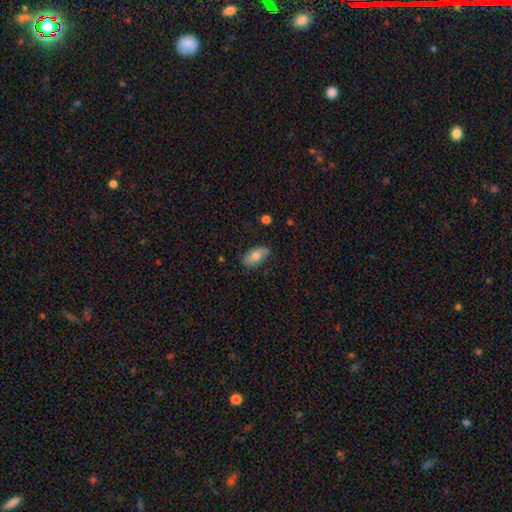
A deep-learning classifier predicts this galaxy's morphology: A smooth galaxy with no disk features (71%) that is in between round and cigar-shaped (89%). Merging: none (77%).